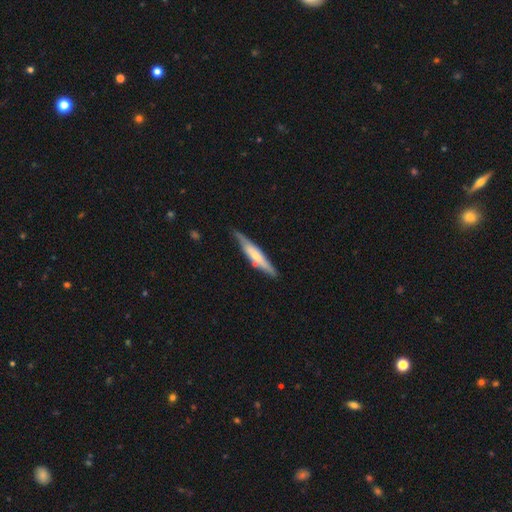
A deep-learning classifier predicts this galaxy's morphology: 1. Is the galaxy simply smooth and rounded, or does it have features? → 50% featured or disk, 44% smooth, 5% star or artifact.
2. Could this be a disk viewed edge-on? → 89% yes, 11% no.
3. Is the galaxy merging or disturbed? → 74% none, 18% minor disturbance, 5% merger, 3% major disturbance.